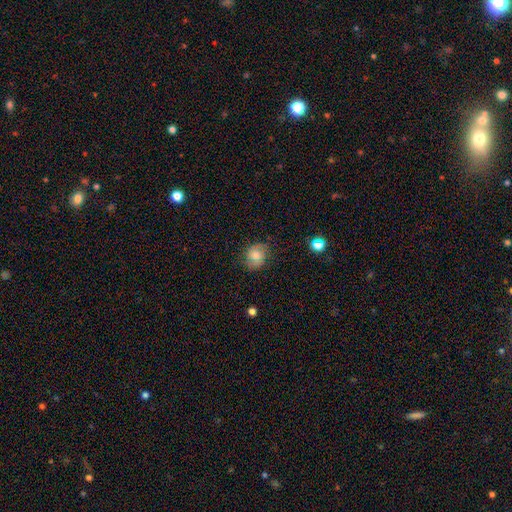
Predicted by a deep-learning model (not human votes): A smooth galaxy with no disk features (57%) that is round (60%).

Vote fractions:
- Smooth or featured? smooth: 57% / featured or disk: 33% / star or artifact: 11%
- How rounded? round: 60% / in between: 38% / cigar-shaped: 1%
- Merging? none: 72% / minor disturbance: 20% / major disturbance: 7% / merger: 1%